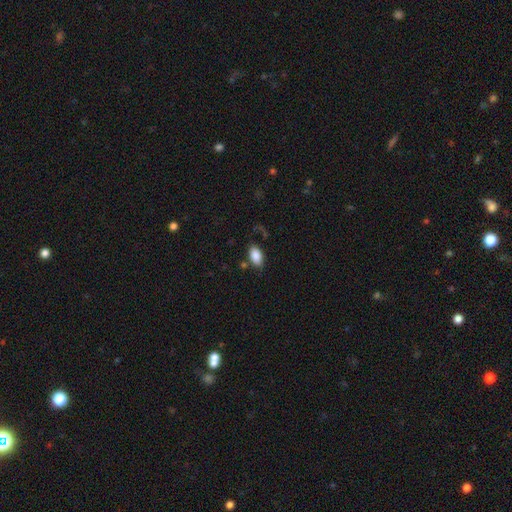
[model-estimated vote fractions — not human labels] This appears to be a smooth galaxy with no disk features (87%) that is in between round and cigar-shaped (93%). Merging: none (77%).